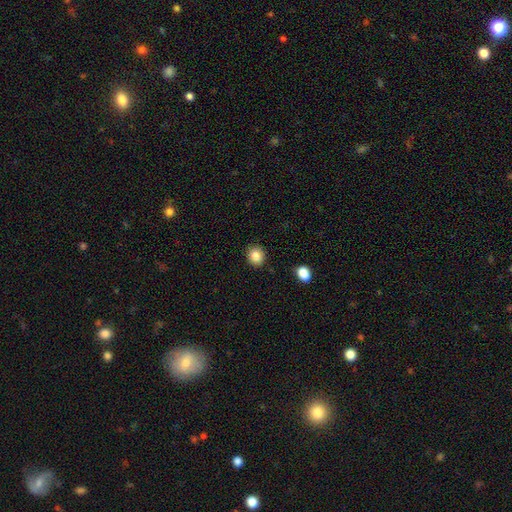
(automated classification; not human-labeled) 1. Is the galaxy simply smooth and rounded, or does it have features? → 84% smooth, 10% star or artifact, 6% featured or disk.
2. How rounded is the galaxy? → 79% round, 20% in between, 1% cigar-shaped.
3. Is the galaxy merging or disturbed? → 90% none, 7% minor disturbance, 2% major disturbance, 2% merger.